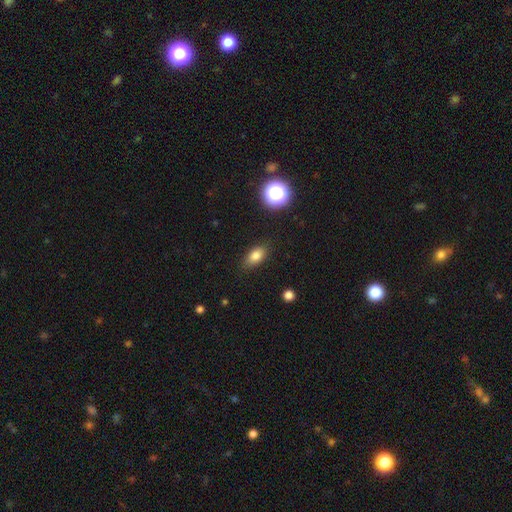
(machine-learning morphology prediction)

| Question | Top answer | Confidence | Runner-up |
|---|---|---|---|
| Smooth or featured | smooth | 79% | star or artifact (11%) |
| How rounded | in between | 84% | round (10%) |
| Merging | none | 85% | minor disturbance (11%) |